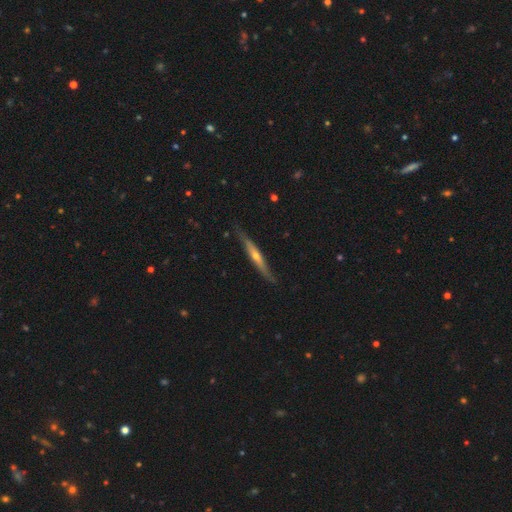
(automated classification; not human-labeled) Q: Smooth or featured?
A: featured or disk (68%); runner-up: smooth (26%)
Q: Edge-on disk?
A: yes (94%); runner-up: no (6%)
Q: Edge-on bulge?
A: rounded (75%); runner-up: none (21%)
Q: Merging?
A: none (81%); runner-up: minor disturbance (15%)